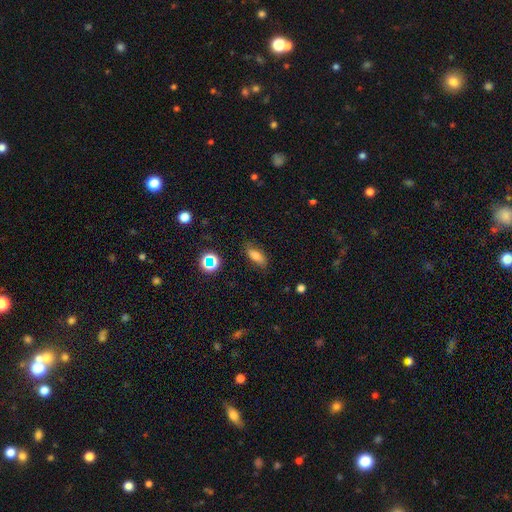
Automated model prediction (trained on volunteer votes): Morphology: type=smooth (72%); roundness=in between (71%); merging=none (81%).